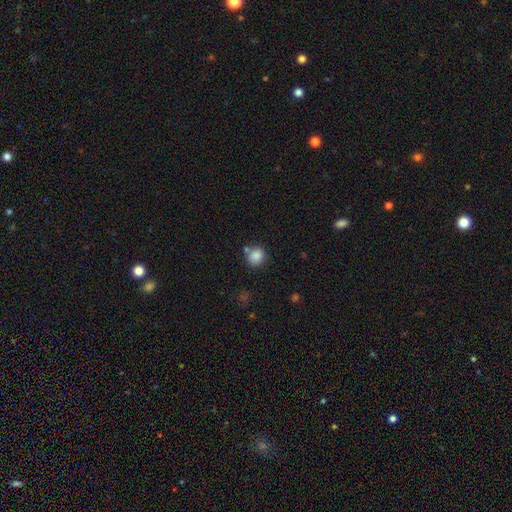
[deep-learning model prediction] A smooth galaxy with no disk features (85%) that is round (83%).

Vote fractions:
- Smooth or featured? smooth: 85% / star or artifact: 10% / featured or disk: 5%
- How rounded? round: 83% / in between: 16% / cigar-shaped: 1%
- Merging? none: 69% / minor disturbance: 14% / merger: 13% / major disturbance: 4%